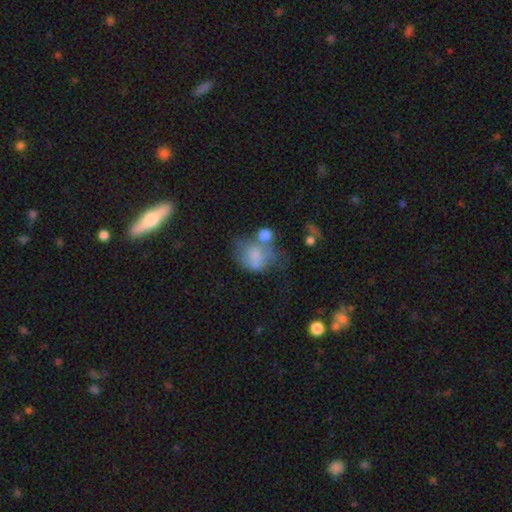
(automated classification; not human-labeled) smooth-or-featured: smooth: 67% | featured or disk: 23% | star or artifact: 10%
  how-rounded: round: 54% | in between: 45% | cigar-shaped: 1%
  merging: merger: 33% | none: 24% | major disturbance: 22% | minor disturbance: 20%